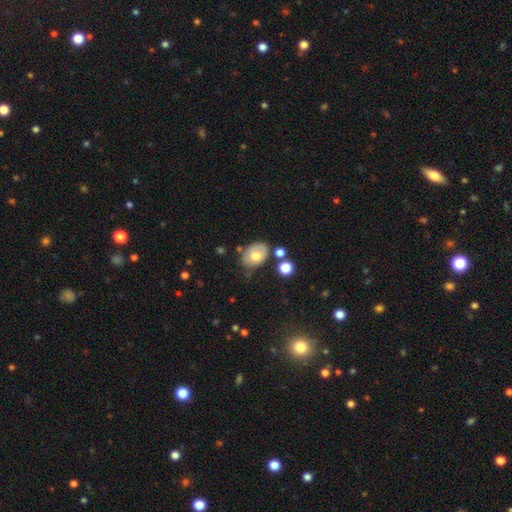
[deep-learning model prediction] A smooth galaxy with no disk features (64%) that is in between round and cigar-shaped (74%). Merging: none (59%).